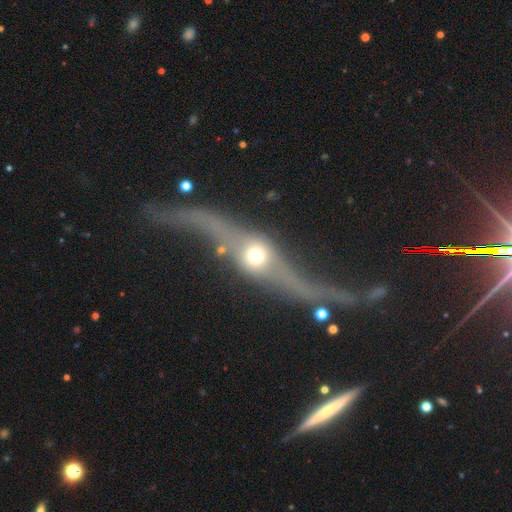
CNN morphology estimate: Q: Smooth or featured?
A: featured or disk (84%); runner-up: star or artifact (11%)
Q: Edge-on disk?
A: no (55%); runner-up: yes (45%)
Q: Merging?
A: none (55%); runner-up: major disturbance (19%)